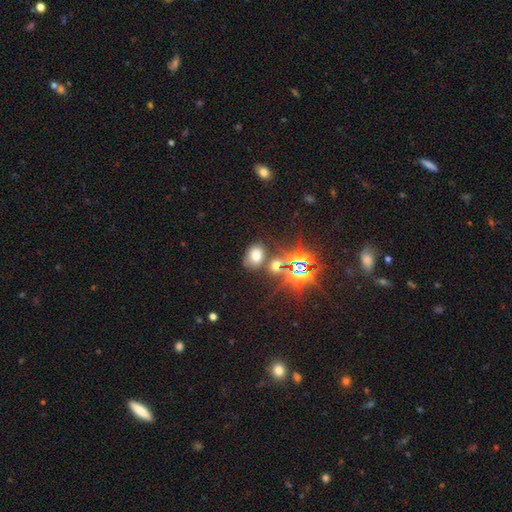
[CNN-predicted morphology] Smooth or featured: smooth — 59% (star or artifact — 31%)
How rounded: in between — 74% (round — 25%)
Merging: none — 65% (minor disturbance — 16%)